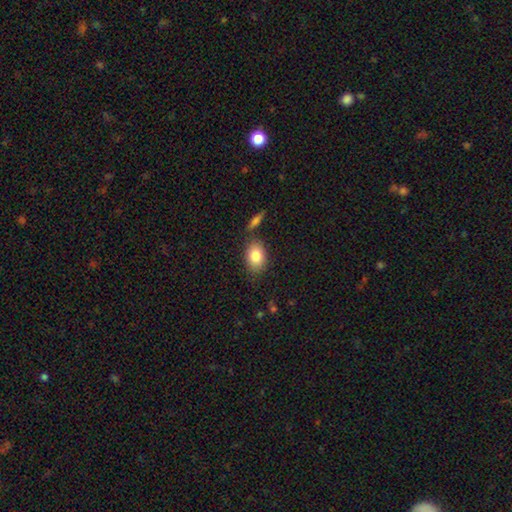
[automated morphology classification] Overall: smooth (82%). How rounded: in between (82%). Merging: none (76%).